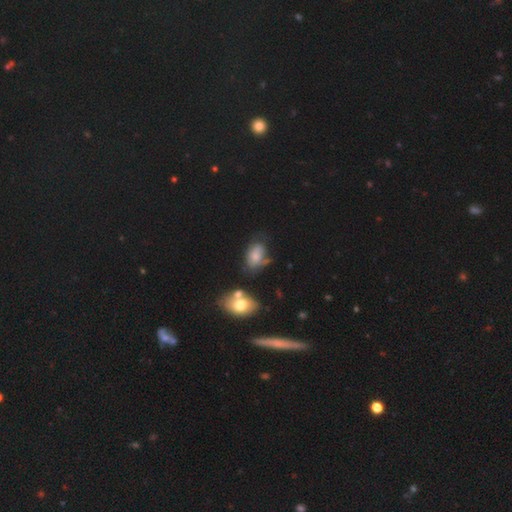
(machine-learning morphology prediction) smooth-or-featured: smooth: 63% | featured or disk: 26% | star or artifact: 11%
  how-rounded: in between: 85% | round: 14% | cigar-shaped: 2%
  merging: none: 41% | minor disturbance: 32% | major disturbance: 16% | merger: 11%